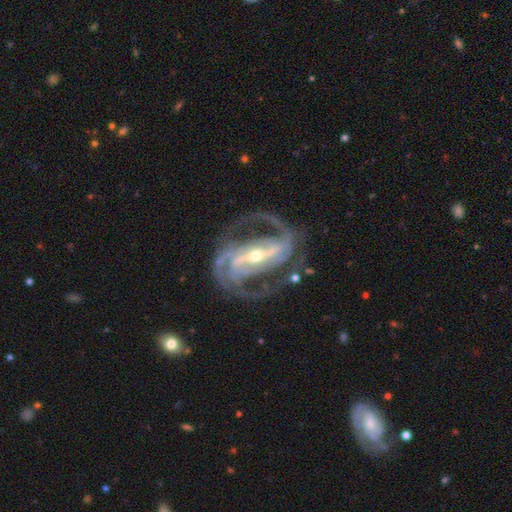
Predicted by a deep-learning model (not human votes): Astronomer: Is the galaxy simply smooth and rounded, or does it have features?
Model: featured or disk — 92%.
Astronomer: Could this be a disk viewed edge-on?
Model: no — 96%.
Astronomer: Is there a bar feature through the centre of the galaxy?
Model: strong — 74%.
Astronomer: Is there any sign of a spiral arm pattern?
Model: yes — 98%.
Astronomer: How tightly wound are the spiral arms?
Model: medium — 52% (runner-up: tight, 33%).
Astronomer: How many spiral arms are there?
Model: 2 — 65%.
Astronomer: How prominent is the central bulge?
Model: small — 52% (runner-up: moderate, 43%).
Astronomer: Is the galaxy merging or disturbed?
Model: none — 69%.